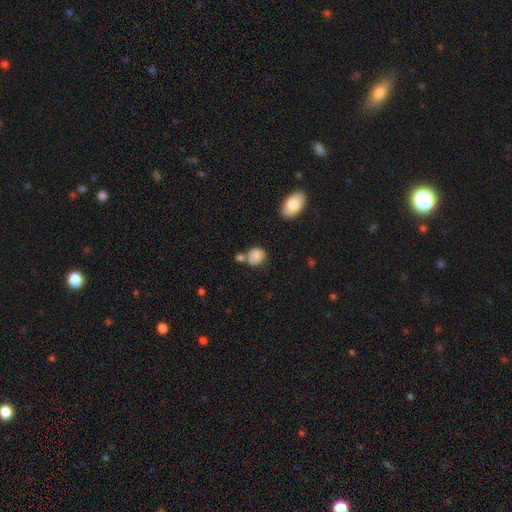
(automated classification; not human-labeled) smooth-or-featured: smooth: 82% | featured or disk: 10% | star or artifact: 9%
  how-rounded: round: 60% | in between: 39% | cigar-shaped: 1%
  merging: none: 49% | merger: 24% | minor disturbance: 20% | major disturbance: 7%